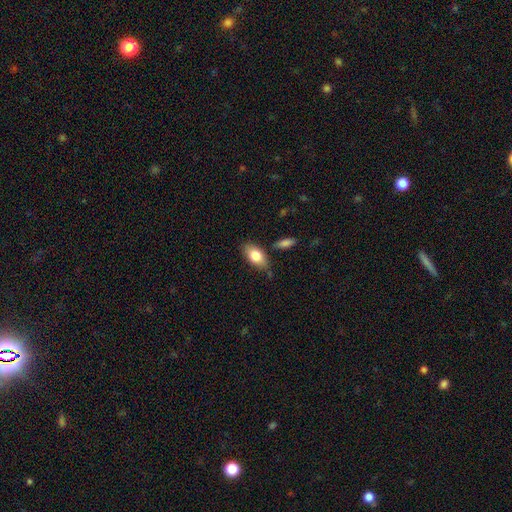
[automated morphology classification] Overall: smooth (80%). How rounded: in between (90%). Merging: none (73%).